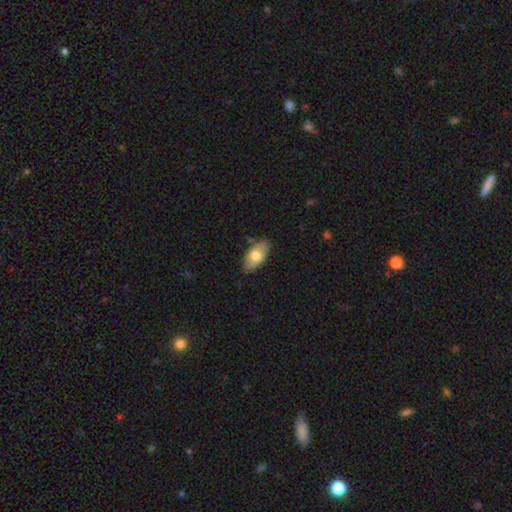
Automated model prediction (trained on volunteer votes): Smooth or featured?
  - smooth: 69% *
  - featured or disk: 25%
  - star or artifact: 6%
How rounded?
  - in between: 93% *
  - cigar-shaped: 4%
  - round: 3%
Merging?
  - none: 82% *
  - minor disturbance: 14%
  - major disturbance: 2%
  - merger: 2%